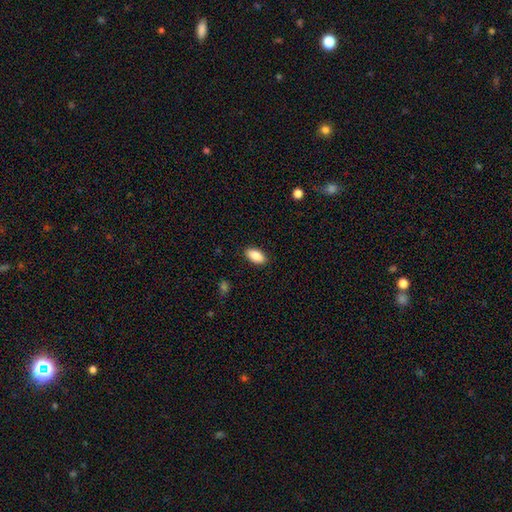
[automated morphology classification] smooth 89%, star or artifact 7%, featured or disk 5%. Down the decision tree: how rounded — in between (93%); merging — none (89%).